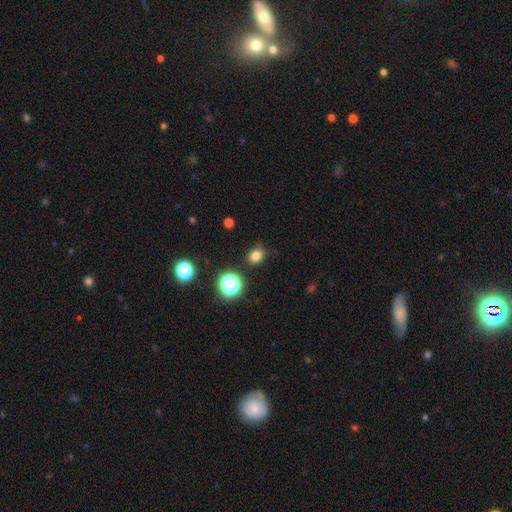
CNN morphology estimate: A smooth galaxy with no disk features (79%) that is round (74%).

Vote fractions:
- Smooth or featured? smooth: 79% / star or artifact: 16% / featured or disk: 5%
- How rounded? round: 74% / in between: 25% / cigar-shaped: 1%
- Merging? none: 84% / minor disturbance: 11% / major disturbance: 3% / merger: 2%